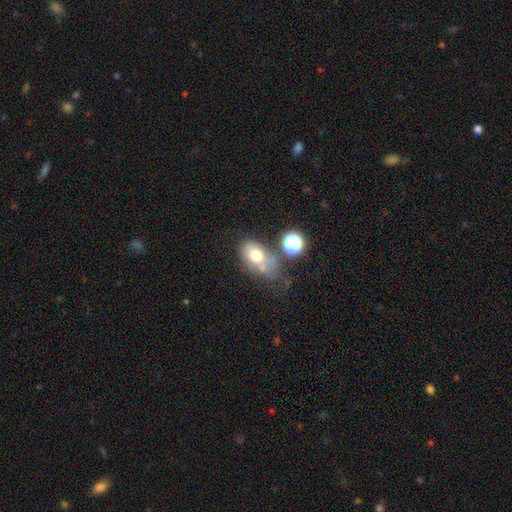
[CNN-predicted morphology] Overall: smooth (61%; featured or disk 27%). How rounded: in between (78%). Merging: none (30%; minor disturbance 24%).